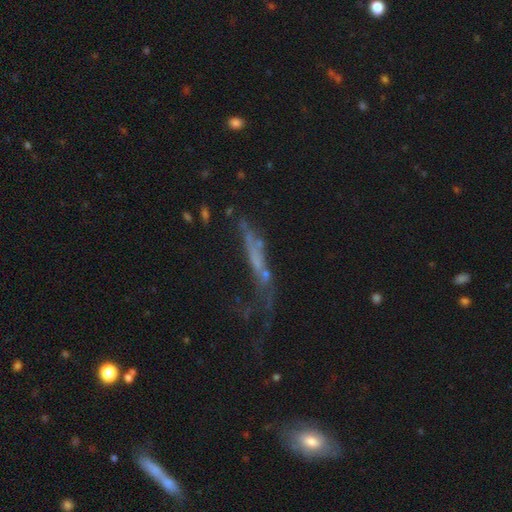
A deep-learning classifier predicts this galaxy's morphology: A featured or disk galaxy (48%).

Vote fractions:
- Smooth or featured? featured or disk: 48% / smooth: 31% / star or artifact: 21%
- Merging? major disturbance: 40% / none: 29% / minor disturbance: 16% / merger: 14%